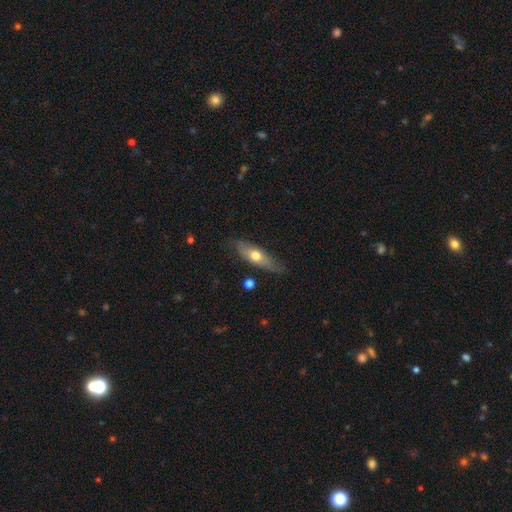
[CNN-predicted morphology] Overall: smooth (50%; featured or disk 44%). Merging: none (74%).